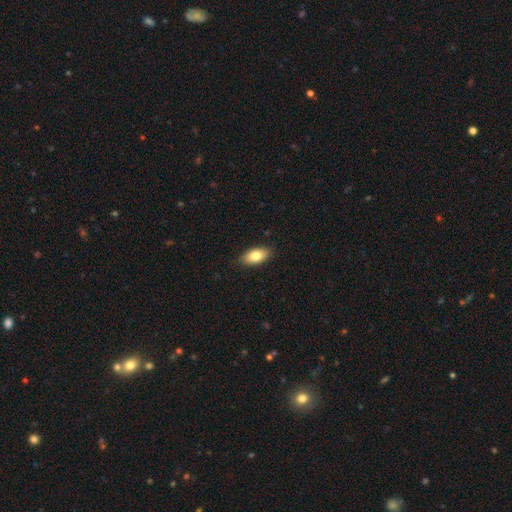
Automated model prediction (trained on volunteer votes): The model was most divided on "smooth or featured": smooth: 80%, featured or disk: 13%, star or artifact: 7%. More confident: how rounded — in between (91%); merging — none (88%).